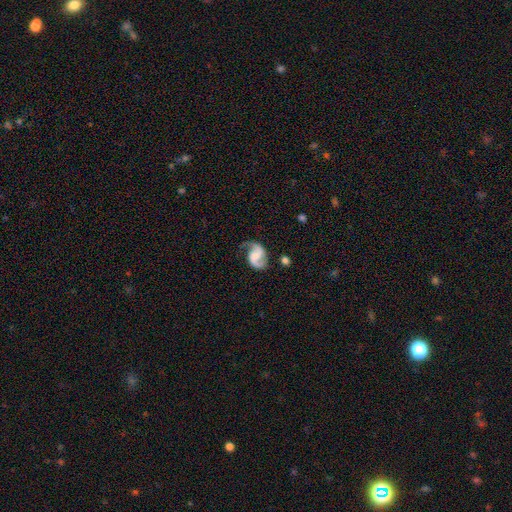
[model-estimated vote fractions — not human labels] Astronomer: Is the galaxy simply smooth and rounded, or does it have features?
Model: featured or disk — 85%.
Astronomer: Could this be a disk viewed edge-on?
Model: no — 98%.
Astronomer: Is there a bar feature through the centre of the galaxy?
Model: no — 45% (runner-up: weak, 40%).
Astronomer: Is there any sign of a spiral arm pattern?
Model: yes — 97%.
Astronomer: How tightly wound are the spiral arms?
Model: medium — 45% (runner-up: loose, 42%).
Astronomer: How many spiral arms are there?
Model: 2 — 90%.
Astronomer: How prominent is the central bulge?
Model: none — 38% (runner-up: small, 26%).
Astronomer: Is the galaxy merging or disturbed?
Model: none — 68%.